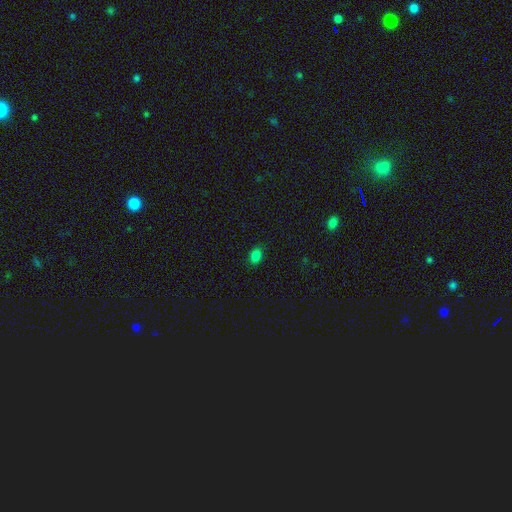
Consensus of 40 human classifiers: Smooth or featured: smooth — 85% (featured or disk — 8%)
How rounded: in between — 74% (round — 26%)
Merging: none — 95% (minor disturbance — 5%)